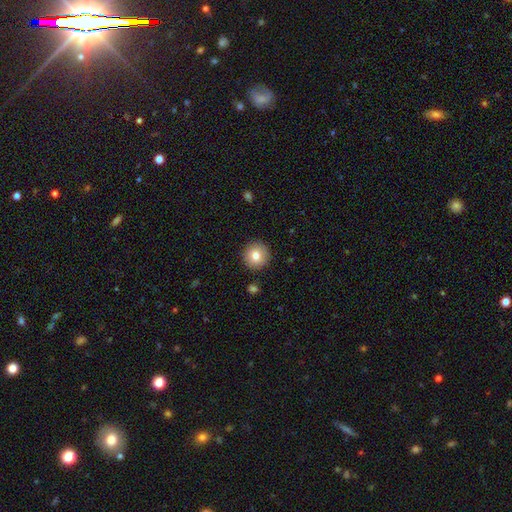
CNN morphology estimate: Smooth or featured? Predicted: smooth (p=0.79). How rounded? Predicted: round (p=0.95). Merging? Predicted: none (p=0.91).